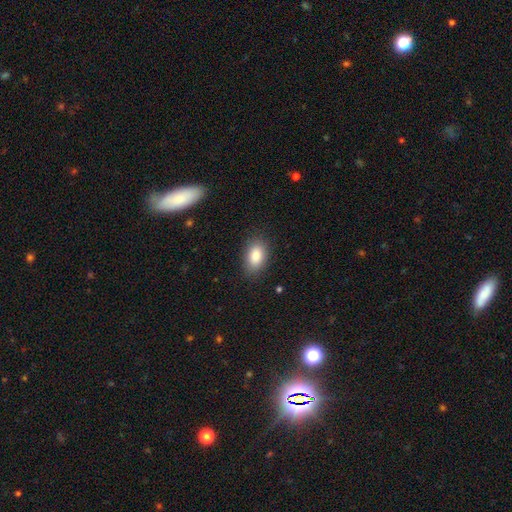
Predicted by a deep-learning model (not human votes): A smooth galaxy with no disk features (86%) that is in between round and cigar-shaped (89%).

Vote fractions:
- Smooth or featured? smooth: 86% / star or artifact: 8% / featured or disk: 6%
- How rounded? in between: 89% / round: 9% / cigar-shaped: 2%
- Merging? none: 85% / minor disturbance: 11% / major disturbance: 3% / merger: 1%